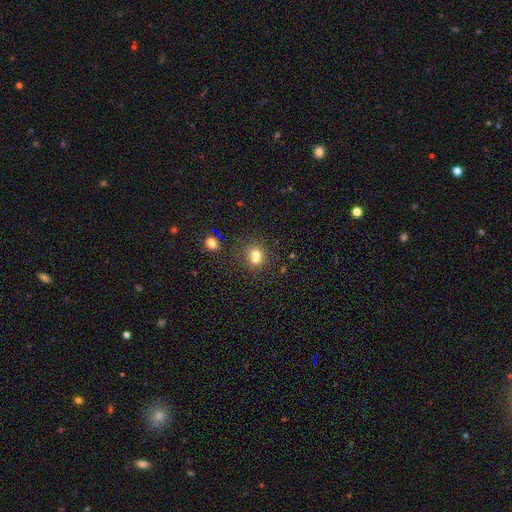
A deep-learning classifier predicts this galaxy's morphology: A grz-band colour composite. It shows a smooth galaxy with no disk features (66%) that is round (78%). Merging: merger (51%).